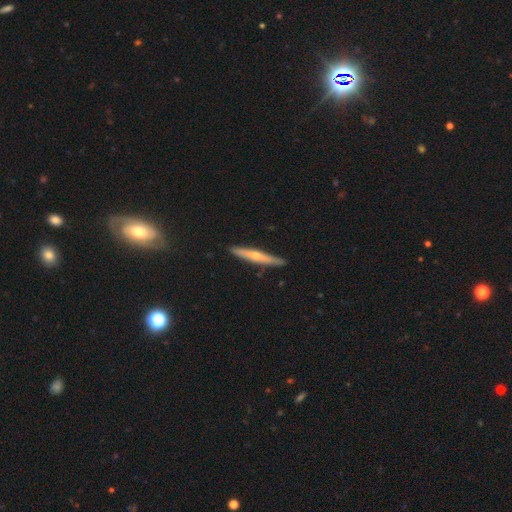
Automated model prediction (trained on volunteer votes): Morphology: type=featured or disk (54%); edge-on=yes (95%); edge-on bulge=rounded (77%); merging=none (89%).